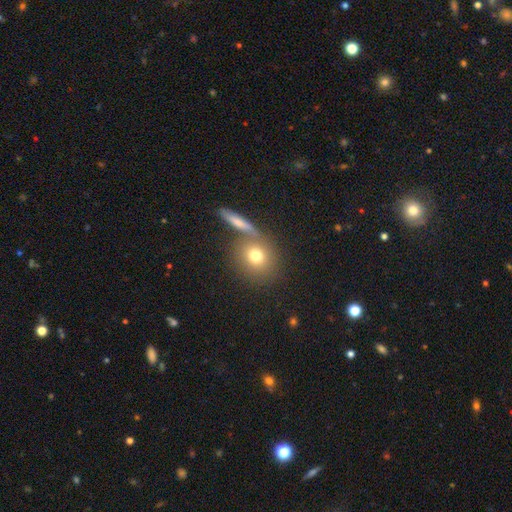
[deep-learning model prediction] smooth 74%, featured or disk 16%, star or artifact 11%. Down the decision tree: how rounded — round (82%); merging — none (64%).